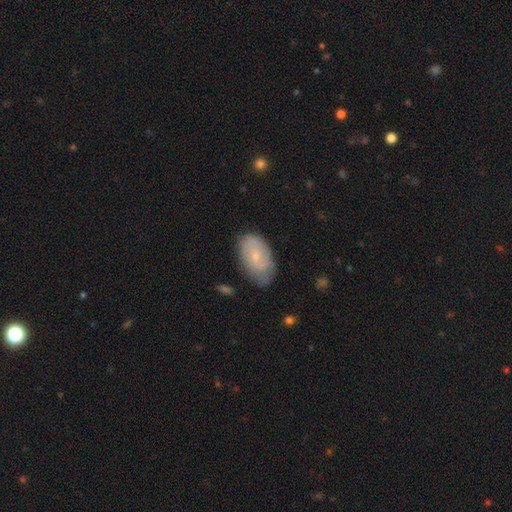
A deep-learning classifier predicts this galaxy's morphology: smooth_or_featured: smooth (p=0.57) [alt: featured or disk p=0.36]
how_rounded: in between (p=0.92) [alt: round p=0.06]
merging: none (p=0.67) [alt: minor disturbance p=0.26]